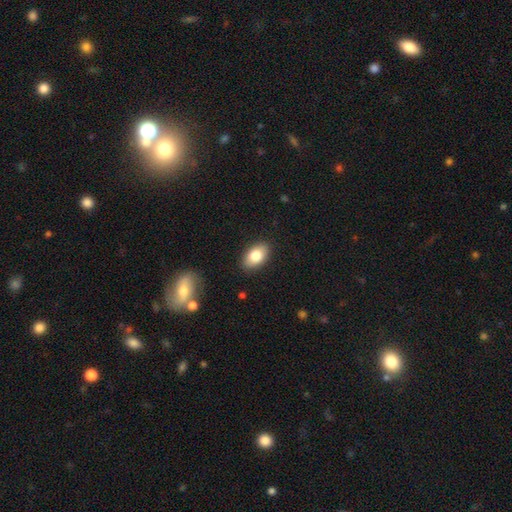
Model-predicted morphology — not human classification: smooth 81%, featured or disk 12%, star or artifact 7%. Down the decision tree: how rounded — in between (91%); merging — none (88%).